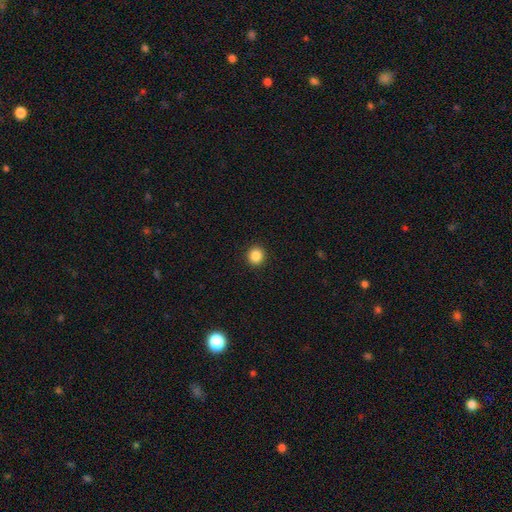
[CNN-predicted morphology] Smooth or featured: smooth — 86% (star or artifact — 10%)
How rounded: round — 91% (in between — 8%)
Merging: none — 92% (minor disturbance — 5%)